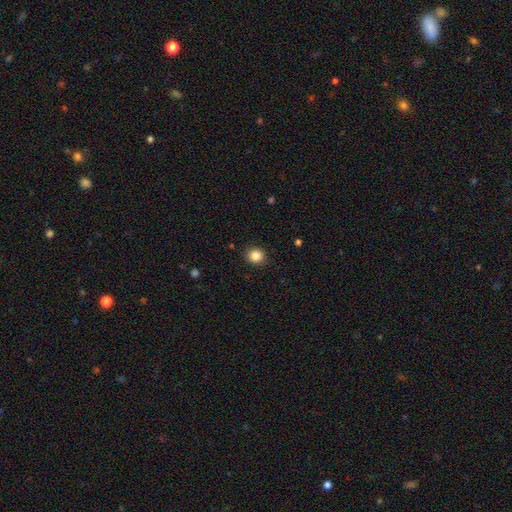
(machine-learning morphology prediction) Smooth or featured? Predicted: smooth (p=0.86). How rounded? Predicted: round (p=0.81). Merging? Predicted: none (p=0.88).